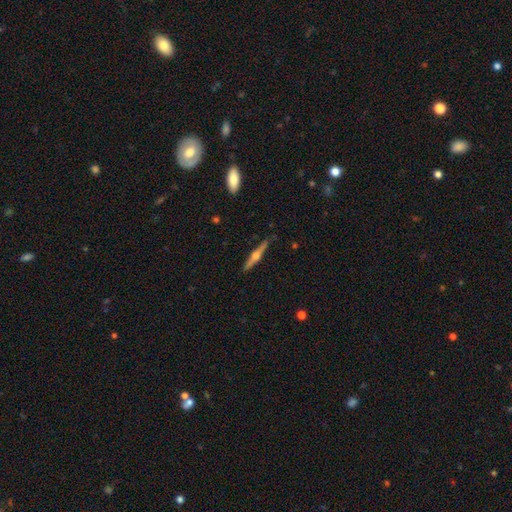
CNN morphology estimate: Smooth or featured? featured or disk (77%)
Edge-on disk? yes (98%)
Edge-on bulge? rounded (93%)
Merging? none (90%)